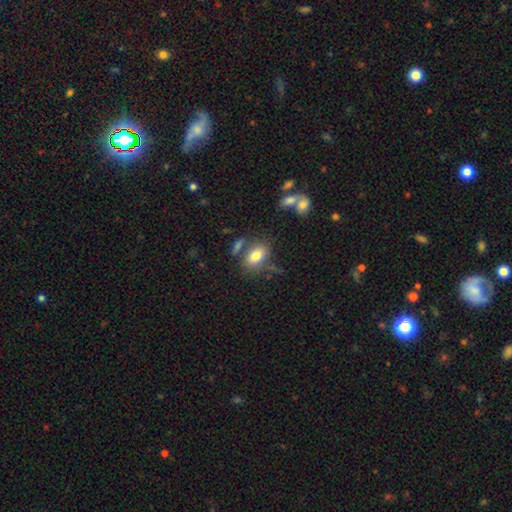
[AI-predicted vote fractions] Smooth or featured?
  - smooth: 78% *
  - featured or disk: 13%
  - star or artifact: 8%
How rounded?
  - in between: 84% *
  - round: 13%
  - cigar-shaped: 3%
Merging?
  - none: 65% *
  - minor disturbance: 15%
  - merger: 14%
  - major disturbance: 6%